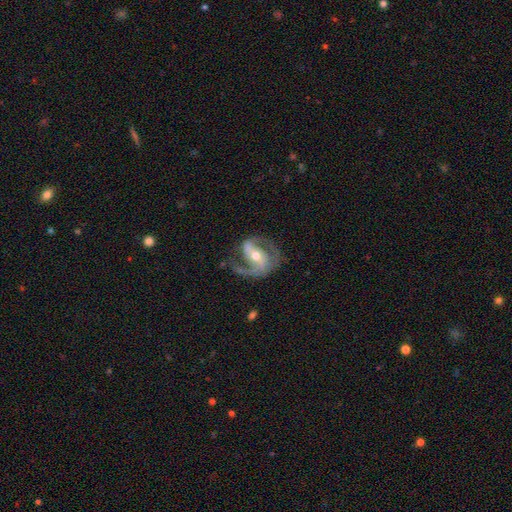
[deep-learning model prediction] The model was most divided on "bar": strong: 50%, weak: 32%, no: 19%. More confident: edge-on disk — no (97%); spiral arms — yes (95%); smooth or featured — featured or disk (88%); spiral arm count — 2 (84%); merging — none (65%); bulge size — moderate (63%); spiral winding — medium (53%).